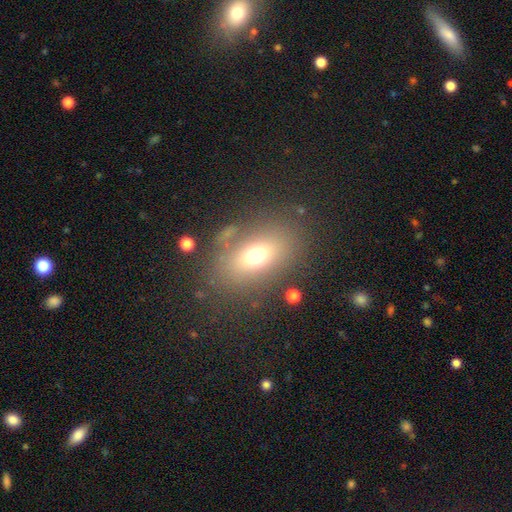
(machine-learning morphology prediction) smooth_or_featured: smooth (p=0.66) [alt: featured or disk p=0.18]
how_rounded: in between (p=0.73) [alt: round p=0.24]
merging: none (p=0.75) [alt: minor disturbance p=0.12]